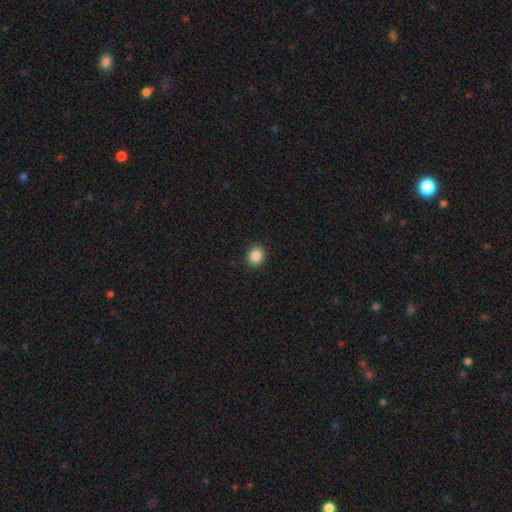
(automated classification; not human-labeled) A smooth galaxy with no disk features (87%) that is round (78%).

Vote fractions:
- Smooth or featured? smooth: 87% / star or artifact: 10% / featured or disk: 3%
- How rounded? round: 78% / in between: 21% / cigar-shaped: 1%
- Merging? none: 91% / minor disturbance: 6% / major disturbance: 2% / merger: 1%